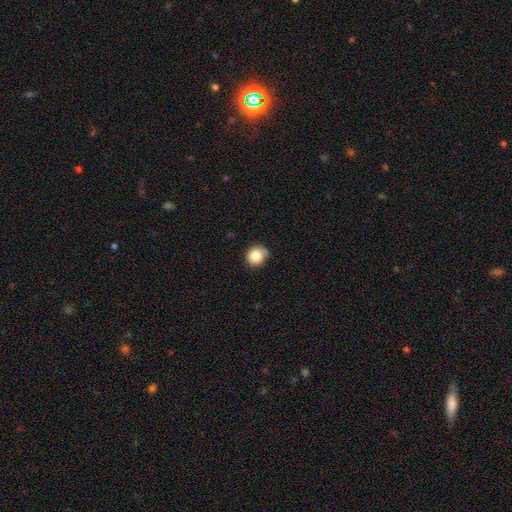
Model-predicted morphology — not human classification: This appears to be a smooth galaxy with no disk features (84%) that is round (85%). Merging: none (74%).